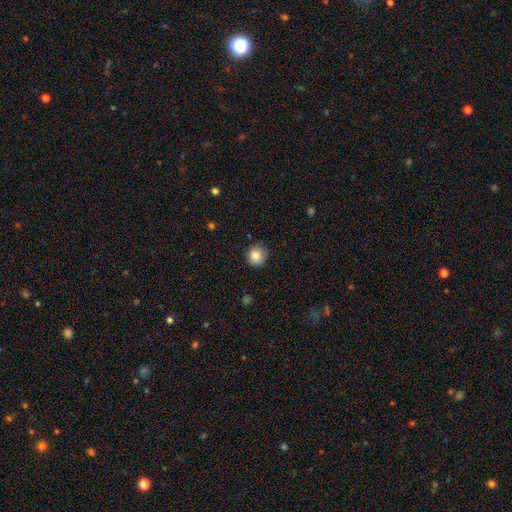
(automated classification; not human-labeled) Overall: smooth (86%). How rounded: round (90%). Merging: none (85%).